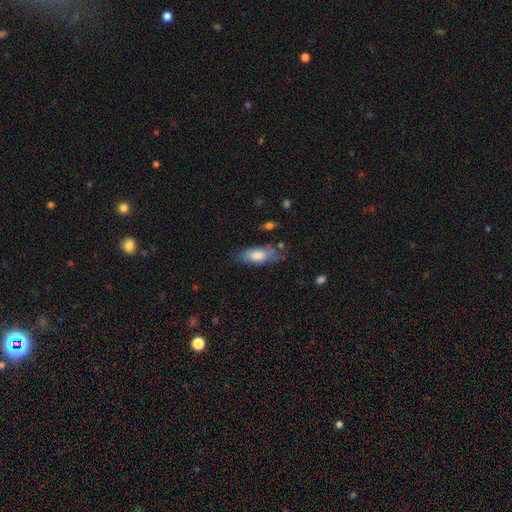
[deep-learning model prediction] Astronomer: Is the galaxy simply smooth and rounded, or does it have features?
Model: smooth — 70%.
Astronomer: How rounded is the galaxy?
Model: in between — 72%.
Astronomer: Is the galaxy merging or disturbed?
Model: none — 68%.